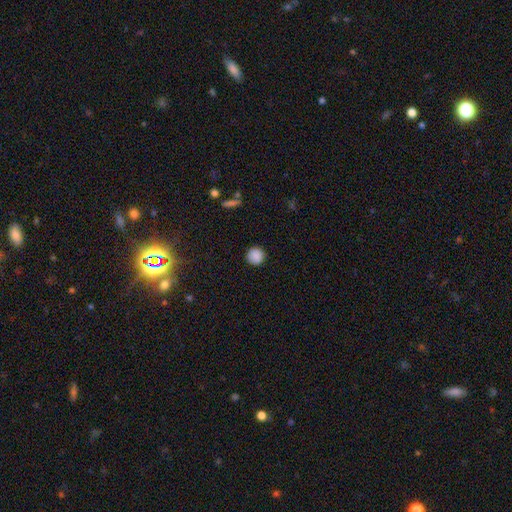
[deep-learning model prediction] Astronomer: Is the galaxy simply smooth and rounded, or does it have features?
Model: smooth — 87%.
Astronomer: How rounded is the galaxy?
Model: round — 94%.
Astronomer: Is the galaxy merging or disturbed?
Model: none — 90%.